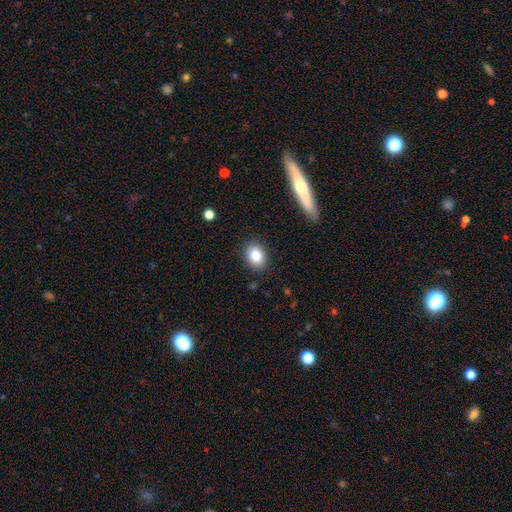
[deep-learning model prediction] Smooth or featured? smooth (86%)
How rounded? in between (67%)
Merging? none (87%)